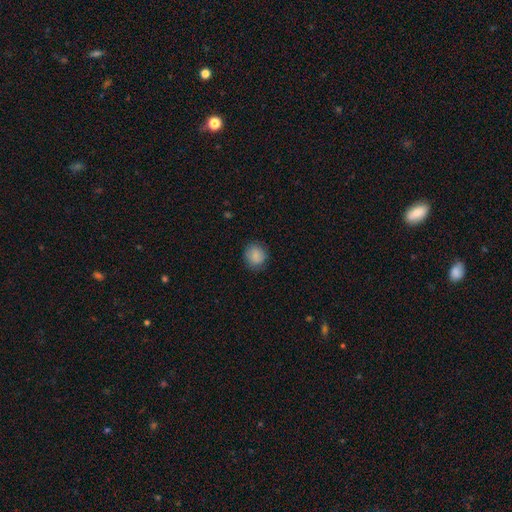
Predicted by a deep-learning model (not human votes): Overall: smooth (87%). How rounded: round (85%). Merging: none (84%).